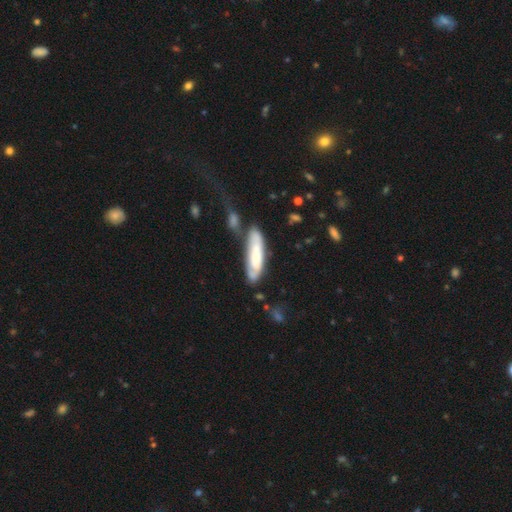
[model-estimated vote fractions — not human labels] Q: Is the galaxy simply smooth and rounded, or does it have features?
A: smooth — 50%.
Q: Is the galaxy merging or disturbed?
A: none — 50%.